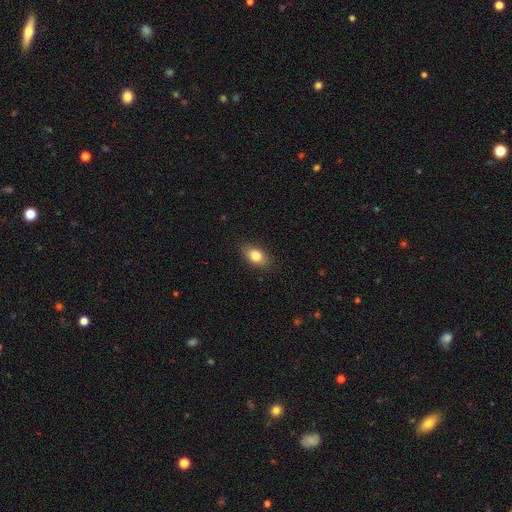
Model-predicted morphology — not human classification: Smooth or featured? Predicted: smooth (p=0.81). How rounded? Predicted: in between (p=0.84). Merging? Predicted: none (p=0.85).